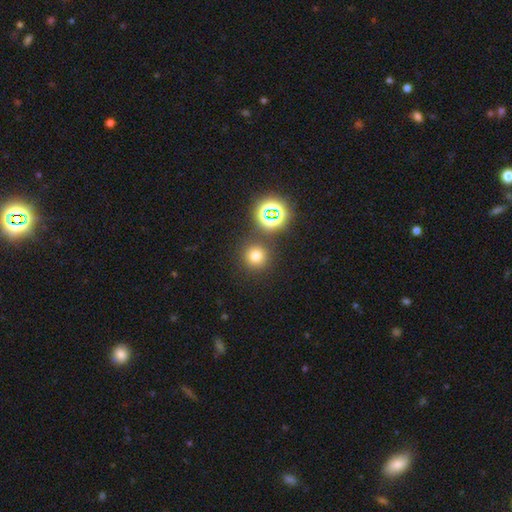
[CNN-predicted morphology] A smooth galaxy with no disk features (71%) that is round (94%). Merging: none (83%).